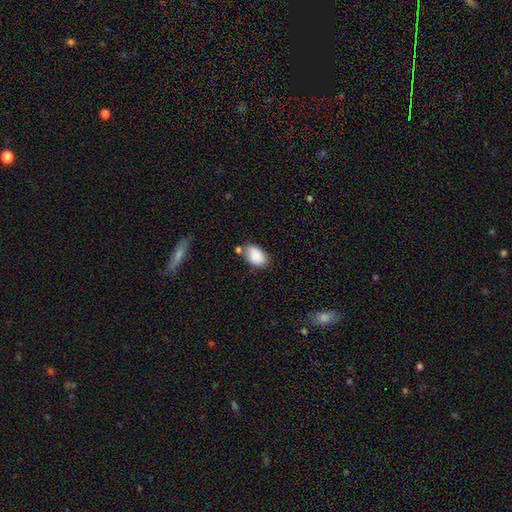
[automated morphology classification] Smooth or featured: smooth — 87% (star or artifact — 7%)
How rounded: in between — 89% (round — 10%)
Merging: none — 59% (minor disturbance — 24%)